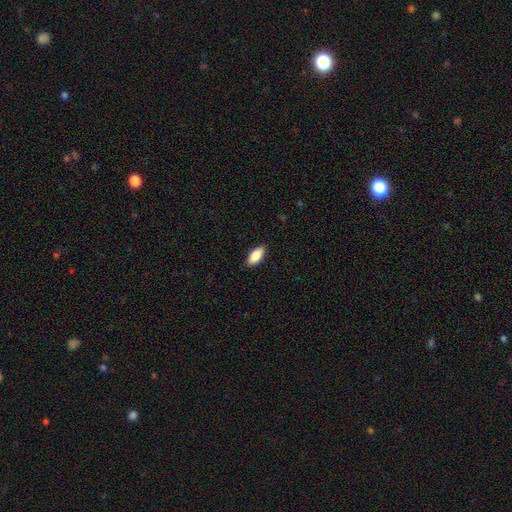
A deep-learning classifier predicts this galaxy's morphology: smooth_or_featured: smooth (p=0.85) [alt: featured or disk p=0.09]
how_rounded: in between (p=0.85) [alt: cigar-shaped p=0.12]
merging: none (p=0.87) [alt: minor disturbance p=0.10]